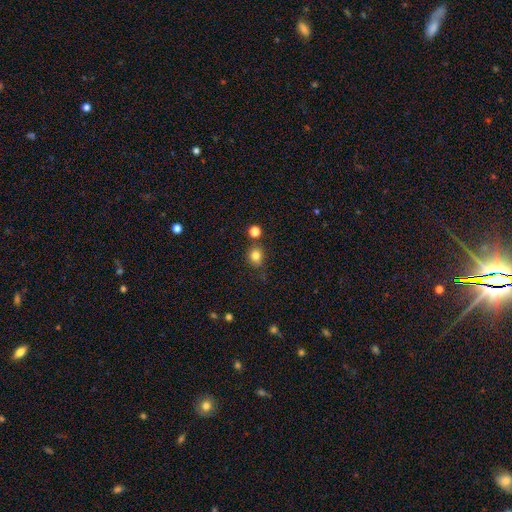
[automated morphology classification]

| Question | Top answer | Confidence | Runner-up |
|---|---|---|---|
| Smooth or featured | smooth | 80% | star or artifact (13%) |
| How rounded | round | 71% | in between (28%) |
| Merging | none | 70% | minor disturbance (14%) |